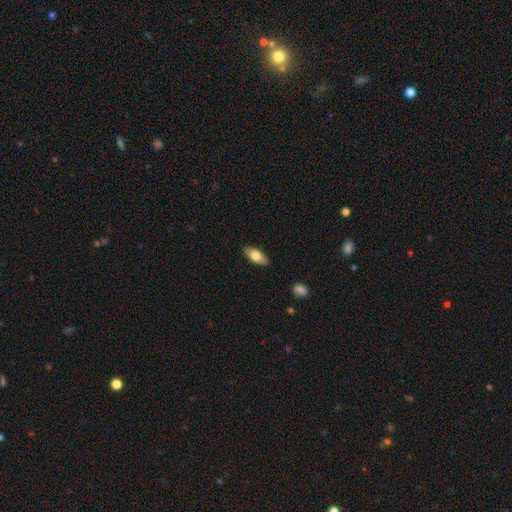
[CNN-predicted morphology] smooth_or_featured: smooth (p=0.73) [alt: featured or disk p=0.21]
how_rounded: in between (p=0.85) [alt: cigar-shaped p=0.13]
merging: none (p=0.87) [alt: minor disturbance p=0.10]